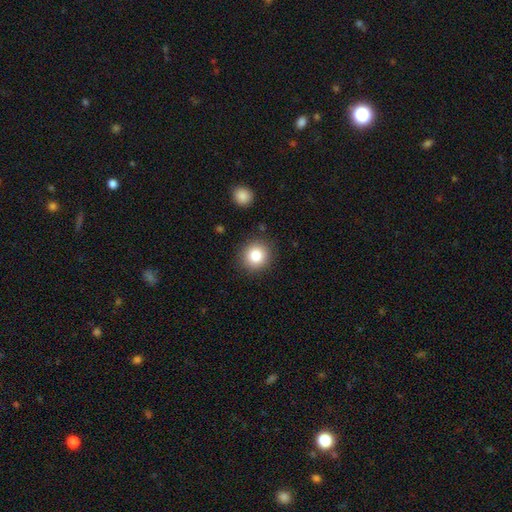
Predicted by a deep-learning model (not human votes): smooth 82%, star or artifact 11%, featured or disk 8%. Down the decision tree: how rounded — round (90%); merging — none (88%).